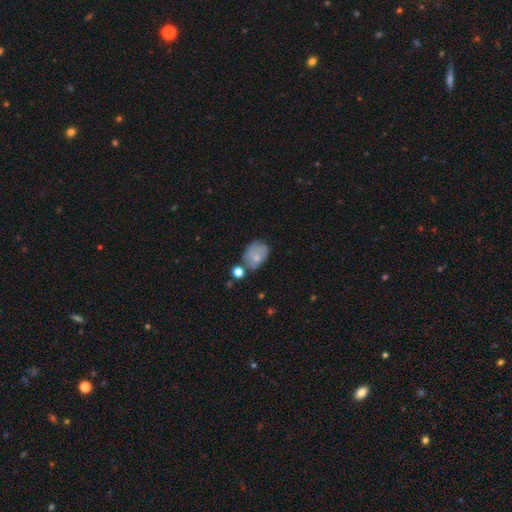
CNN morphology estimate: type=smooth (68%); roundness=in between (70%); merging=none (47%).